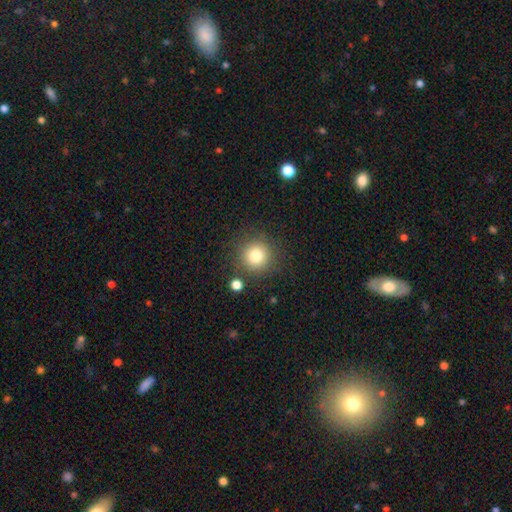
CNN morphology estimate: smooth-or-featured: smooth: 80% | star or artifact: 12% | featured or disk: 8%
  how-rounded: round: 94% | in between: 5% | cigar-shaped: 1%
  merging: none: 85% | minor disturbance: 8% | merger: 4% | major disturbance: 3%